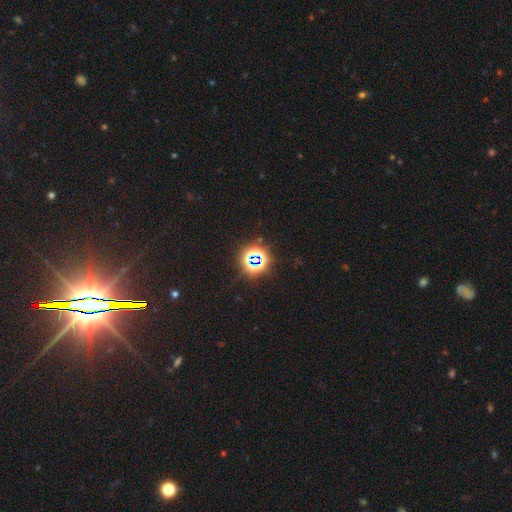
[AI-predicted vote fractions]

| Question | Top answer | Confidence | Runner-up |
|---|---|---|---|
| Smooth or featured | star or artifact | 76% | smooth (16%) |